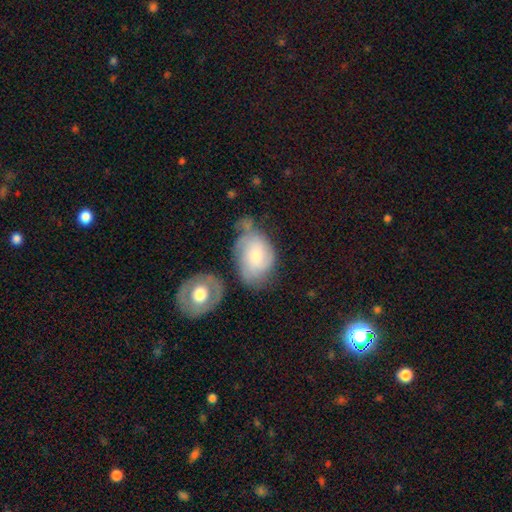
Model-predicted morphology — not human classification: The model was most divided on "smooth or featured": featured or disk: 51%, smooth: 42%, star or artifact: 7%. Remaining: edge-on disk — no (96%); merging — none (43%).